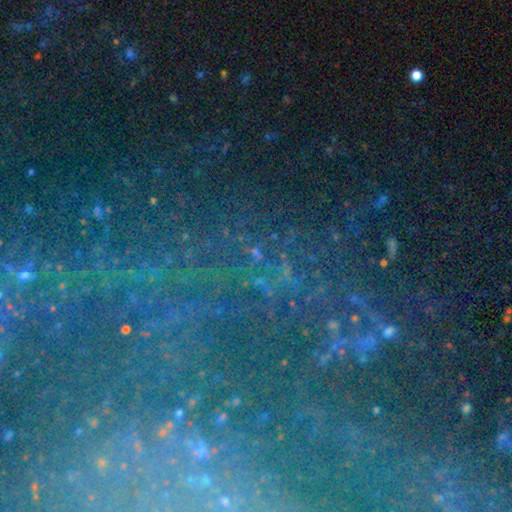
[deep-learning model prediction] Smooth or featured? star or artifact (78%)